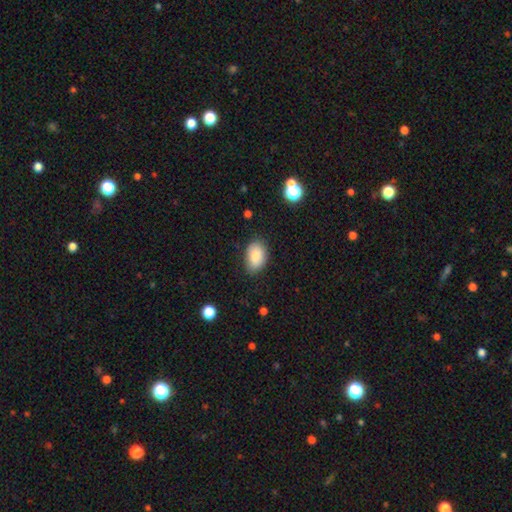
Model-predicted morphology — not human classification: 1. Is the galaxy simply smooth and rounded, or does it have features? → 85% smooth, 8% featured or disk, 8% star or artifact.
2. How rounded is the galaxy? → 89% in between, 10% round, 1% cigar-shaped.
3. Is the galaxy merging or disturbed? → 80% none, 15% minor disturbance, 3% major disturbance, 1% merger.